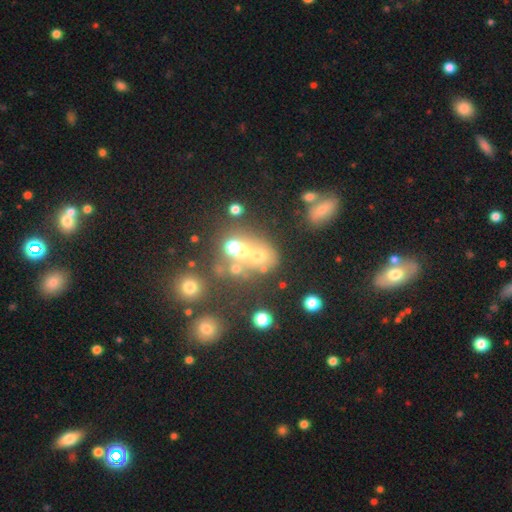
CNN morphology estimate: Smooth or featured? Predicted: smooth (p=0.45). Merging? Predicted: merger (p=0.43).